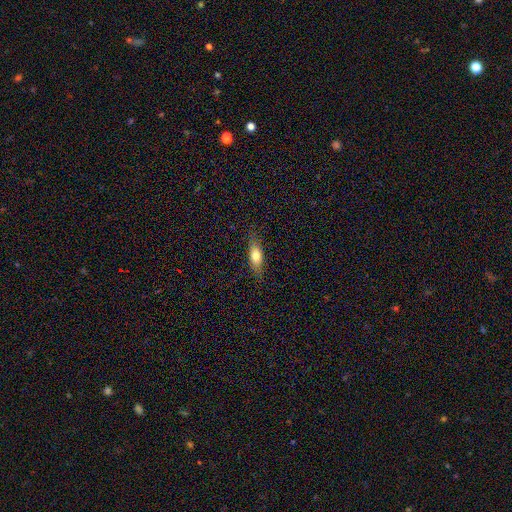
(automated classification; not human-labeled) A smooth galaxy with no disk features (69%) that is in between round and cigar-shaped (63%).

Vote fractions:
- Smooth or featured? smooth: 69% / featured or disk: 24% / star or artifact: 7%
- How rounded? in between: 63% / cigar-shaped: 33% / round: 4%
- Merging? none: 82% / minor disturbance: 14% / major disturbance: 3% / merger: 1%